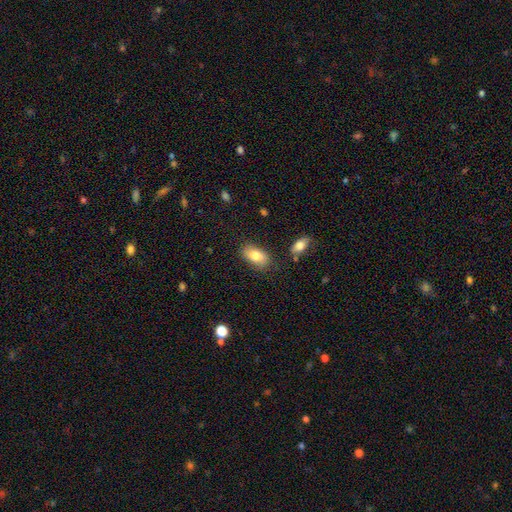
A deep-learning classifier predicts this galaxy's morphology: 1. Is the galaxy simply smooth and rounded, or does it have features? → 80% smooth, 12% featured or disk, 7% star or artifact.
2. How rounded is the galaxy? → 91% in between, 6% round, 3% cigar-shaped.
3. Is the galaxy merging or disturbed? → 81% none, 13% minor disturbance, 3% major disturbance, 3% merger.